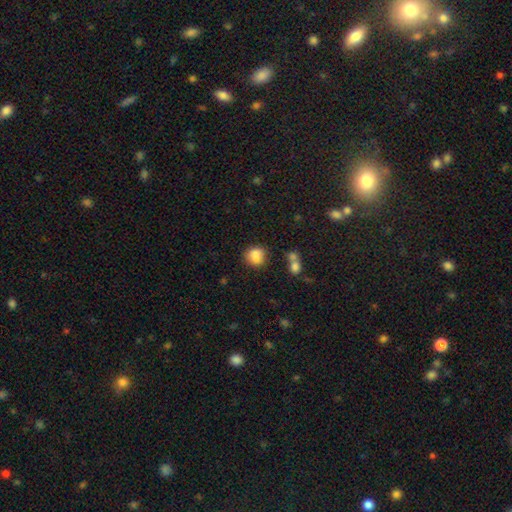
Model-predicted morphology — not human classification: A smooth galaxy with no disk features (79%) that is round (69%). Merging: none (51%).